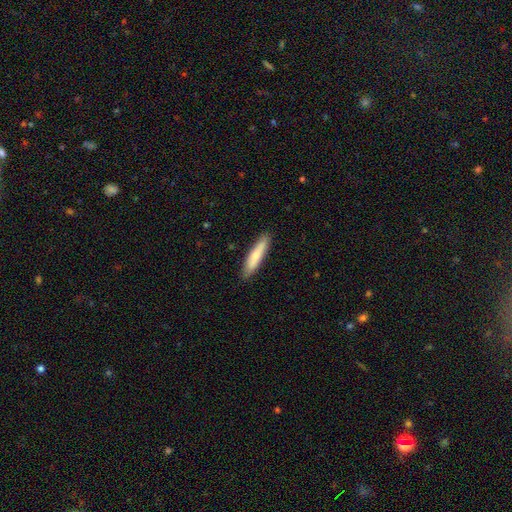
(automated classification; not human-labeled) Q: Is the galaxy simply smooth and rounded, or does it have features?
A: smooth — 80%.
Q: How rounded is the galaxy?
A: cigar-shaped — 85%.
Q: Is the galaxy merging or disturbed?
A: none — 88%.